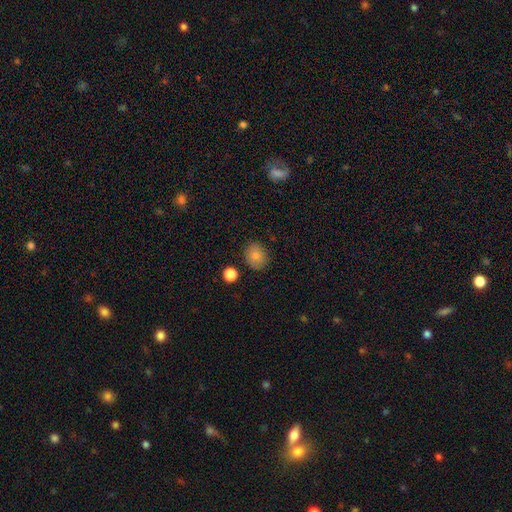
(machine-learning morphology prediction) This appears to be a smooth galaxy with no disk features (82%) that is round (62%). Merging: none (85%).